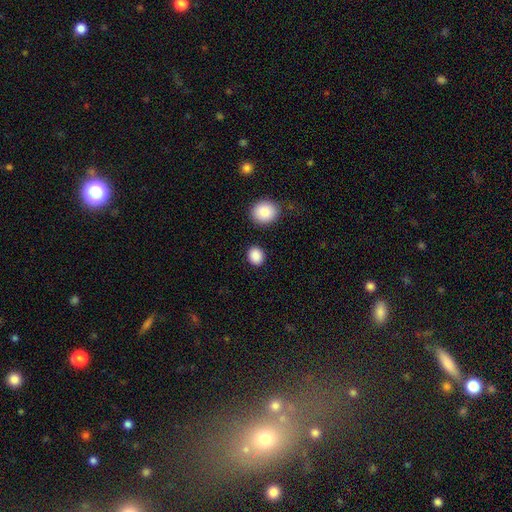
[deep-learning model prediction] This appears to be a smooth galaxy with no disk features (88%) that is round (63%). Merging: none (86%).